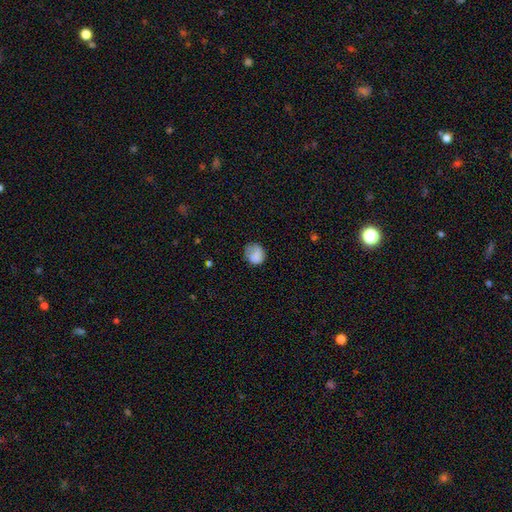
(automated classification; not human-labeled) Smooth or featured?
  - smooth: 80% *
  - featured or disk: 12%
  - star or artifact: 8%
How rounded?
  - round: 77% *
  - in between: 22%
  - cigar-shaped: 1%
Merging?
  - none: 59% *
  - minor disturbance: 27%
  - major disturbance: 12%
  - merger: 2%